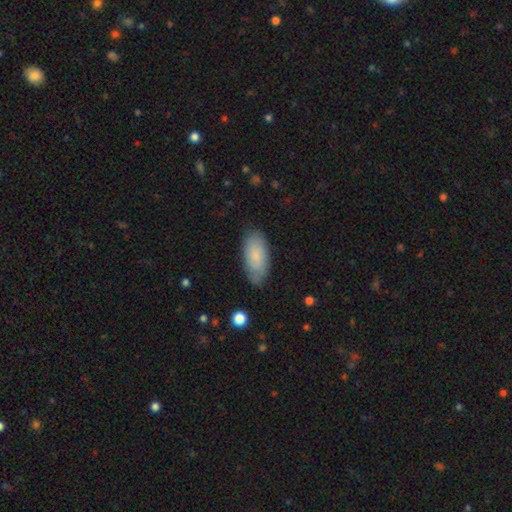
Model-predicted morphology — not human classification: Smooth or featured?
  - smooth: 75% *
  - featured or disk: 19%
  - star or artifact: 6%
How rounded?
  - in between: 90% *
  - cigar-shaped: 8%
  - round: 2%
Merging?
  - none: 77% *
  - minor disturbance: 18%
  - major disturbance: 4%
  - merger: 1%